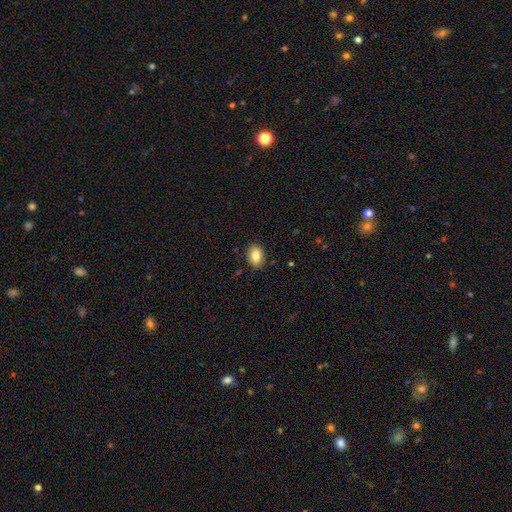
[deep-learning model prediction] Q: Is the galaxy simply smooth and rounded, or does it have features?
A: smooth — 85%.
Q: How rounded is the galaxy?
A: in between — 79%.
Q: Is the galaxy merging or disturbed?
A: none — 87%.